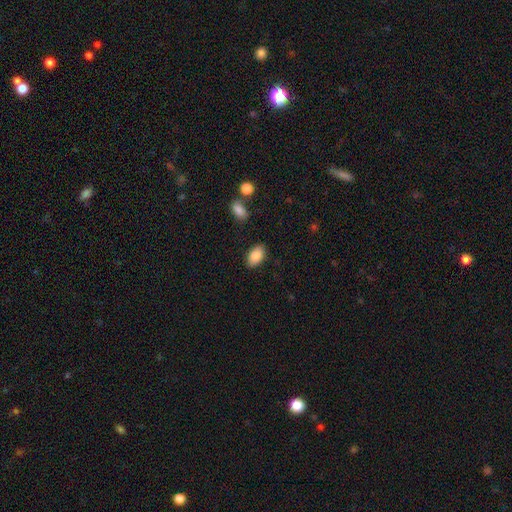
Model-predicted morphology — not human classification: Smooth or featured? Predicted: smooth (p=0.87). How rounded? Predicted: in between (p=0.94). Merging? Predicted: none (p=0.86).